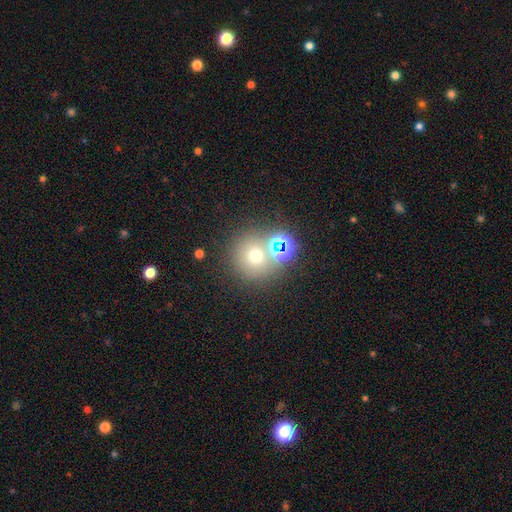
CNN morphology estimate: Smooth or featured: smooth — 62% (star or artifact — 26%)
How rounded: round — 91% (in between — 8%)
Merging: none — 67% (merger — 21%)